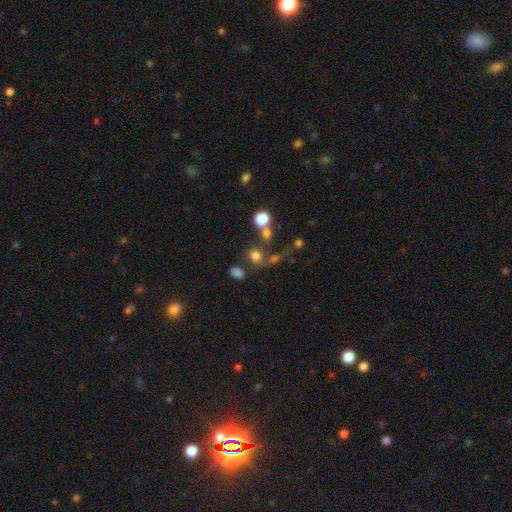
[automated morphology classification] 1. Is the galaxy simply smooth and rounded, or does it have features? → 71% smooth, 18% star or artifact, 11% featured or disk.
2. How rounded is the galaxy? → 71% round, 28% in between, 1% cigar-shaped.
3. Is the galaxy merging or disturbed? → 52% none, 25% merger, 12% minor disturbance, 11% major disturbance.